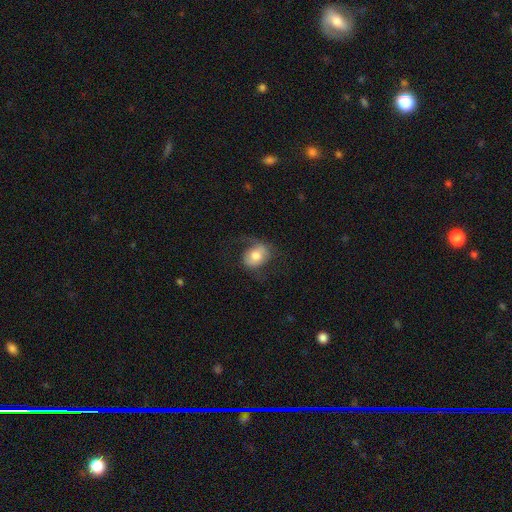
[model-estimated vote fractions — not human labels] Smooth or featured? Predicted: smooth (p=0.60). How rounded? Predicted: in between (p=0.59). Merging? Predicted: none (p=0.53).